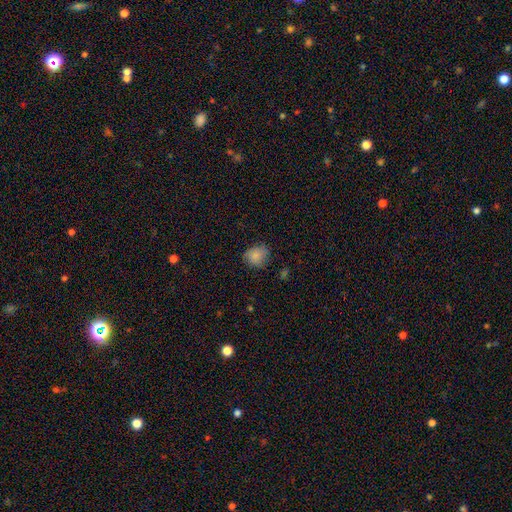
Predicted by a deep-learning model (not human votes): smooth 83%, star or artifact 9%, featured or disk 8%. Down the decision tree: how rounded — round (62%); merging — none (70%).